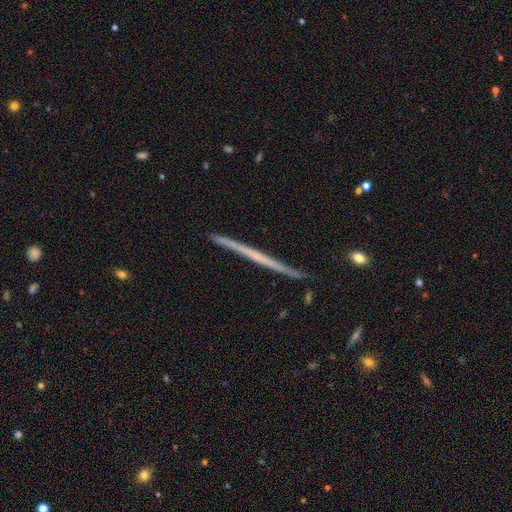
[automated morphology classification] Smooth or featured? Predicted: featured or disk (p=0.66). Edge-on disk? Predicted: yes (p=0.98). Edge-on bulge? Predicted: none (p=0.88). Merging? Predicted: none (p=0.91).